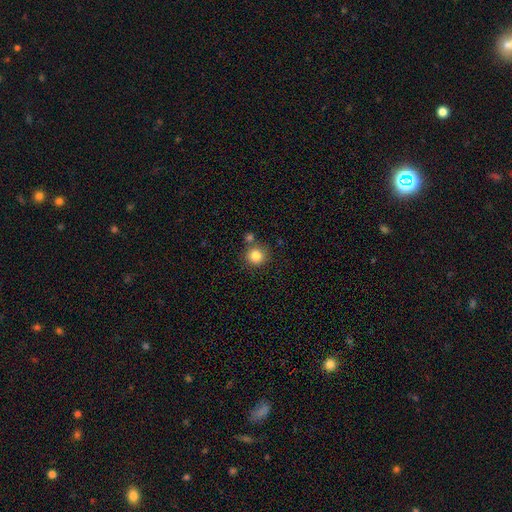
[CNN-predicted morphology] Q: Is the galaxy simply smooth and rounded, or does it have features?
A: smooth — 84%.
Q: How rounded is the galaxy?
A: round — 93%.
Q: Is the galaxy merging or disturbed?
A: none — 76%.